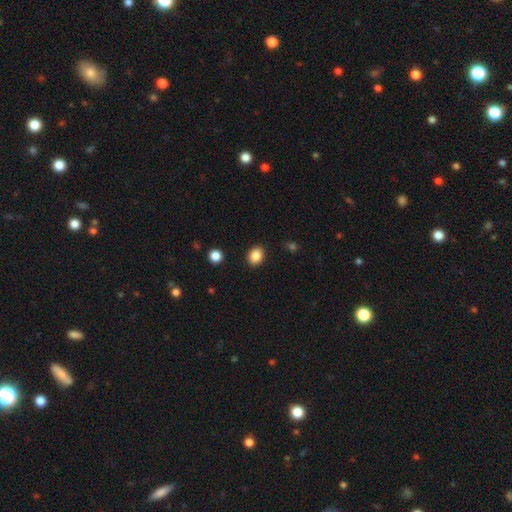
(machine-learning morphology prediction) A smooth galaxy with no disk features (86%) that is round (50%, tied with in between). Merging: none (89%).